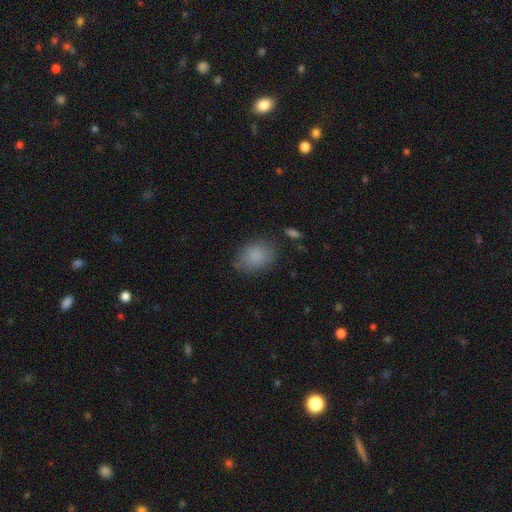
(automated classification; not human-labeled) smooth_or_featured: smooth (p=0.85) [alt: star or artifact p=0.08]
how_rounded: in between (p=0.72) [alt: round p=0.27]
merging: none (p=0.76) [alt: minor disturbance p=0.17]